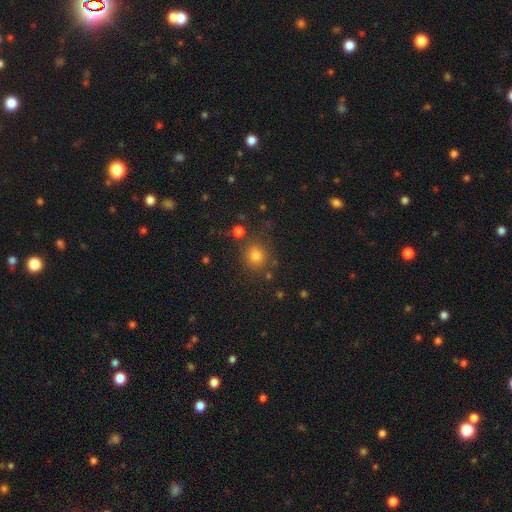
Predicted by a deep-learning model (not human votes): A smooth galaxy with no disk features (78%) that is round (86%).

Vote fractions:
- Smooth or featured? smooth: 78% / star or artifact: 15% / featured or disk: 7%
- How rounded? round: 86% / in between: 13% / cigar-shaped: 1%
- Merging? none: 78% / minor disturbance: 11% / merger: 7% / major disturbance: 4%